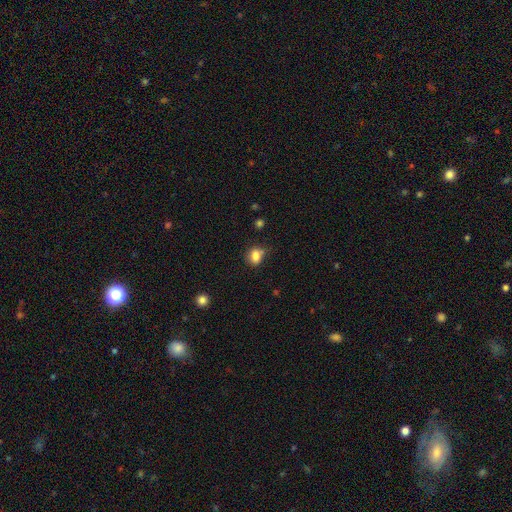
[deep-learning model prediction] Morphology: type=smooth (82%); roundness=round (50%); merging=none (59%).